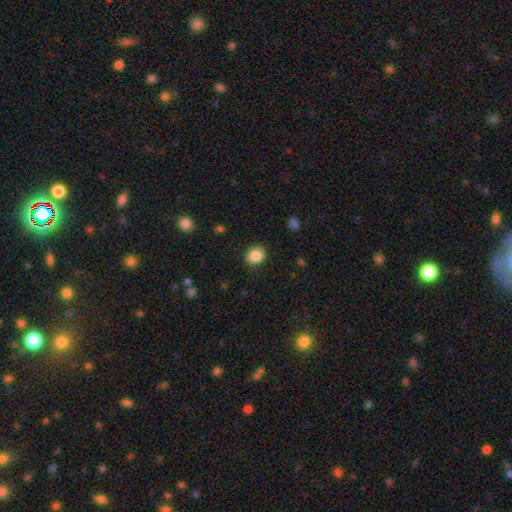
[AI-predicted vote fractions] smooth 86%, star or artifact 9%, featured or disk 5%. Down the decision tree: how rounded — round (66%); merging — none (86%).